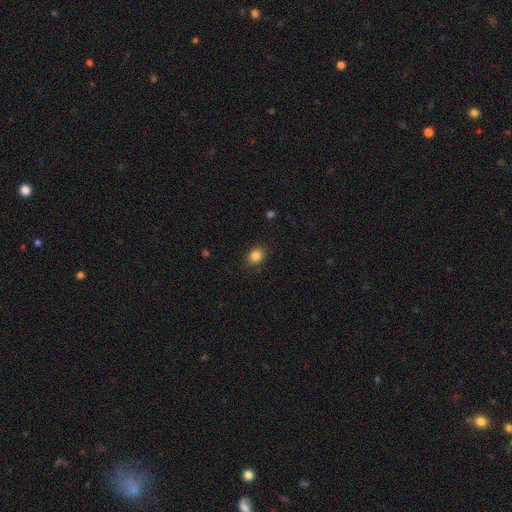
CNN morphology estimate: A smooth galaxy with no disk features (85%) that is round (55%).

Vote fractions:
- Smooth or featured? smooth: 85% / star or artifact: 10% / featured or disk: 5%
- How rounded? round: 55% / in between: 44% / cigar-shaped: 1%
- Merging? none: 86% / minor disturbance: 10% / major disturbance: 3% / merger: 1%